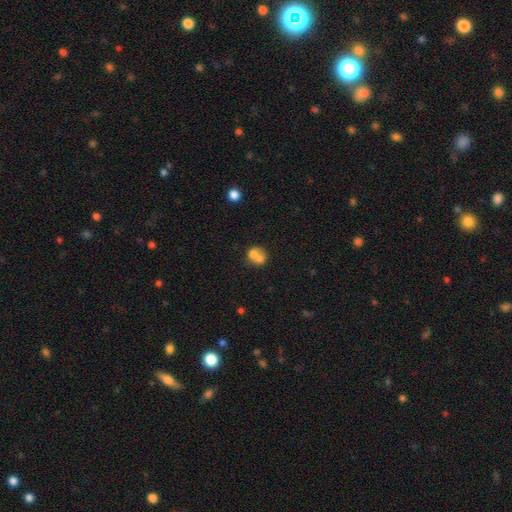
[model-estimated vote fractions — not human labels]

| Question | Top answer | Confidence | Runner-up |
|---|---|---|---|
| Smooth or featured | smooth | 65% | featured or disk (25%) |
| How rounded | round | 69% | in between (30%) |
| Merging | merger | 67% | none (24%) |